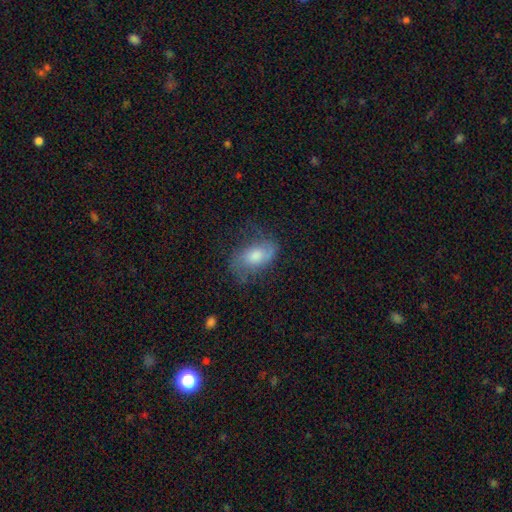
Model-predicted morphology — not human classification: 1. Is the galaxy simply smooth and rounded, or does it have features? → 49% smooth, 43% featured or disk, 8% star or artifact.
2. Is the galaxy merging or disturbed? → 59% none, 26% minor disturbance, 14% major disturbance, 2% merger.